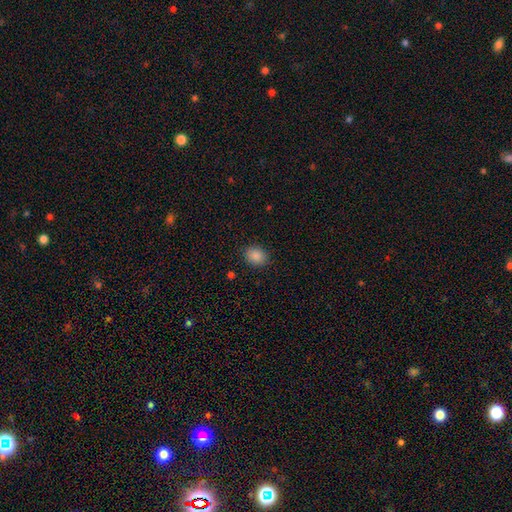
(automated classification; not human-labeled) Smooth or featured? smooth (88%)
How rounded? in between (55%)
Merging? none (87%)